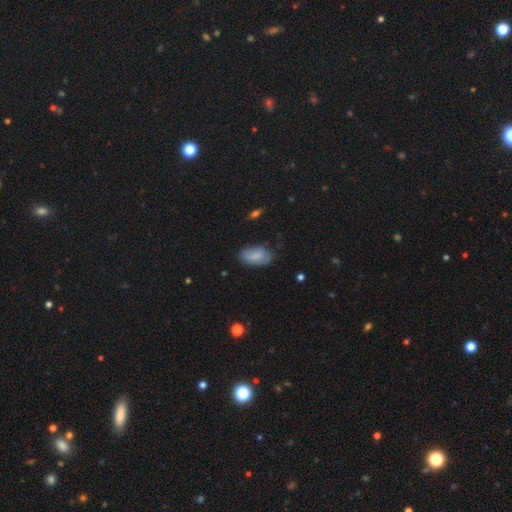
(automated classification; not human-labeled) This is likely a smooth galaxy (77%). How rounded: clearly in between (94%). Merging: likely none (69%).